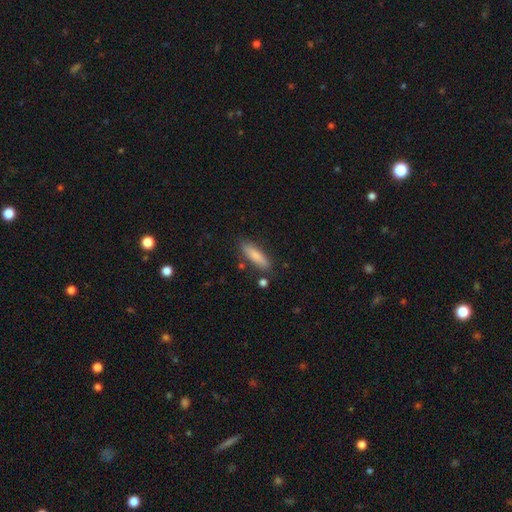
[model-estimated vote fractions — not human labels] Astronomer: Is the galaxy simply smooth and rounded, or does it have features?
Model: smooth — 82%.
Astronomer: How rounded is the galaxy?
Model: cigar-shaped — 64%.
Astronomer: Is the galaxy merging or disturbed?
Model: none — 81%.